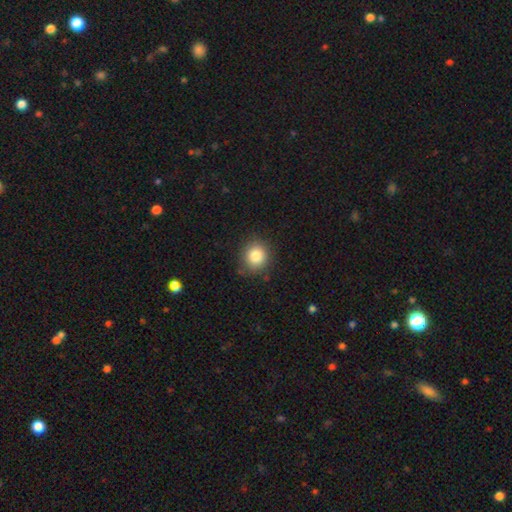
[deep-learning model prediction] The model was most divided on "smooth or featured": smooth: 83%, star or artifact: 10%, featured or disk: 6%. More confident: how rounded — round (87%); merging — none (85%).